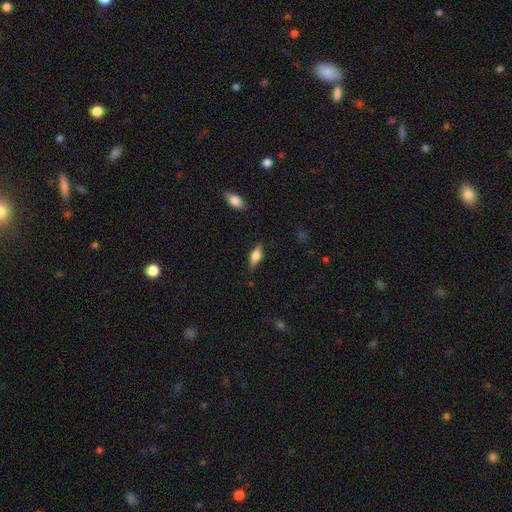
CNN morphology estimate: This is possibly a smooth galaxy (59%). How rounded: likely in between (66%). Merging: clearly none (82%).